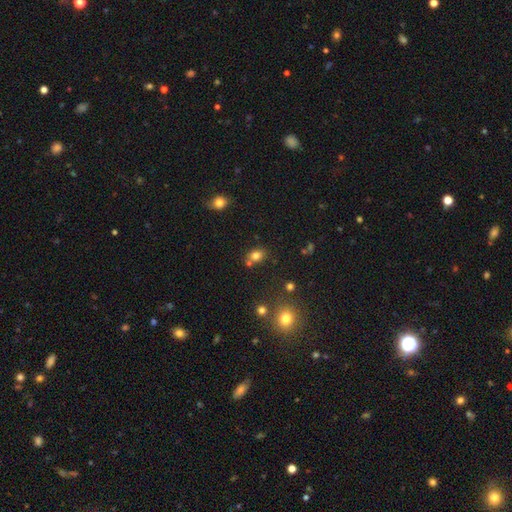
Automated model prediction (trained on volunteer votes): A smooth galaxy with no disk features (78%) that is in between round and cigar-shaped (59%). Merging: none (66%).